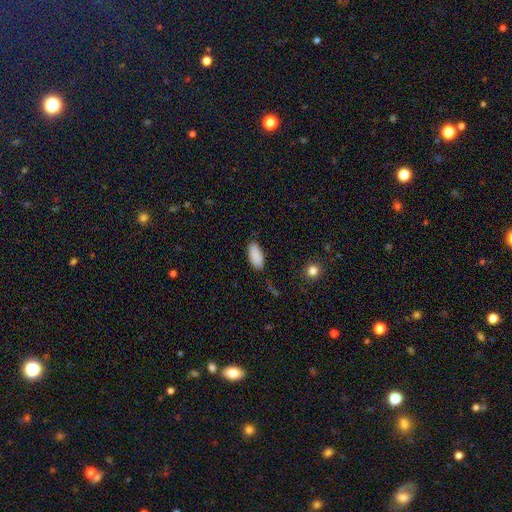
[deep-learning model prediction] Smooth or featured? smooth (89%)
How rounded? in between (90%)
Merging? none (85%)